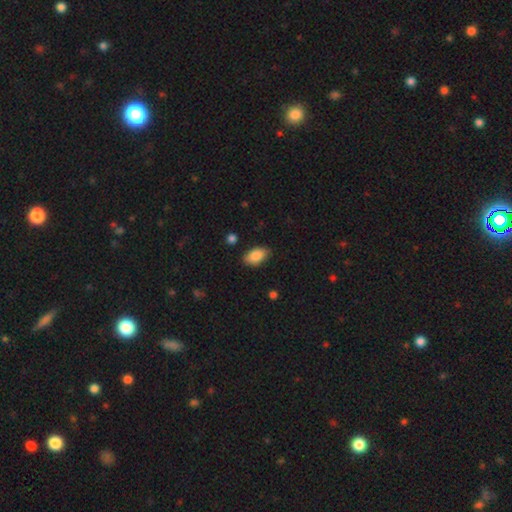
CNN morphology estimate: Smooth or featured? smooth (86%)
How rounded? in between (93%)
Merging? none (83%)